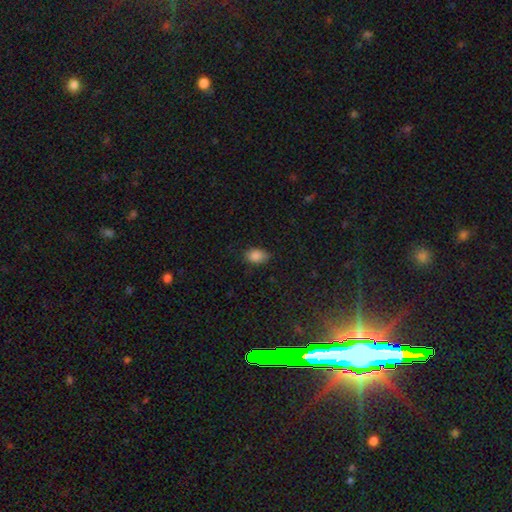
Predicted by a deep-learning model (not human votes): Morphology: type=smooth (87%); roundness=in between (83%); merging=none (76%).